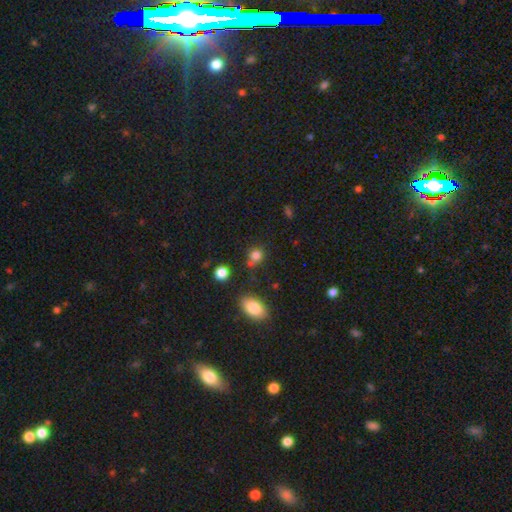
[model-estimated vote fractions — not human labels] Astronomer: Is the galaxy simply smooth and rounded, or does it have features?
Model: smooth — 80%.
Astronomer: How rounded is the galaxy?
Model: round — 76%.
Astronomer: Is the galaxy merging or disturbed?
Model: none — 64%.